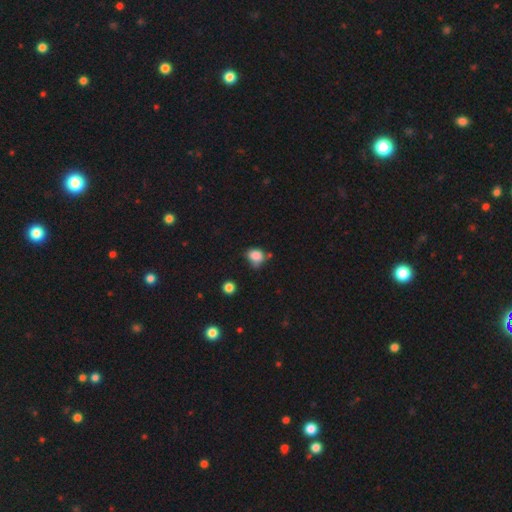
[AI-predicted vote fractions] Smooth or featured? Predicted: smooth (p=0.82). How rounded? Predicted: round (p=0.56). Merging? Predicted: none (p=0.49).